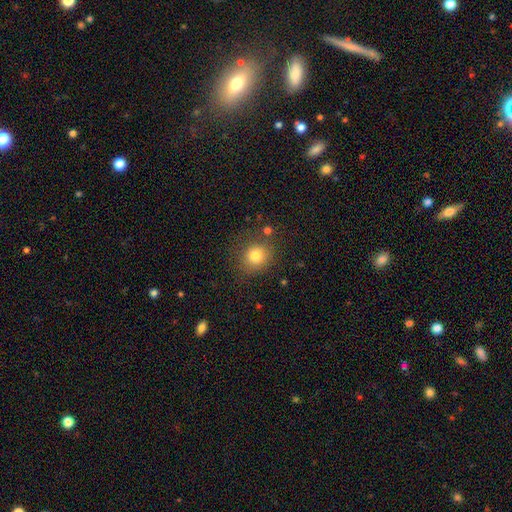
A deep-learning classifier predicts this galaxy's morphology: Smooth or featured? smooth (80%)
How rounded? round (83%)
Merging? none (79%)